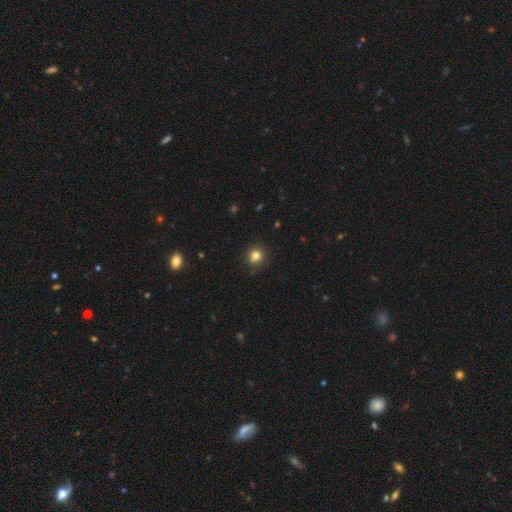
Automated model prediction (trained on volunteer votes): Smooth or featured?
  - smooth: 79% *
  - star or artifact: 14%
  - featured or disk: 7%
How rounded?
  - round: 87% *
  - in between: 12%
  - cigar-shaped: 1%
Merging?
  - none: 79% *
  - minor disturbance: 14%
  - merger: 5%
  - major disturbance: 3%